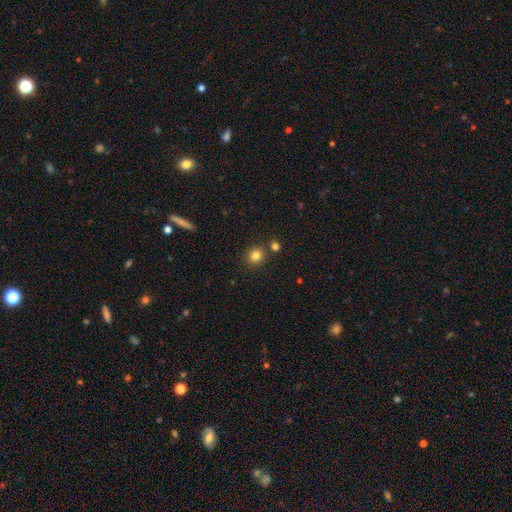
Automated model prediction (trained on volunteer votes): smooth_or_featured: smooth (p=0.82) [alt: star or artifact p=0.13]
how_rounded: round (p=0.87) [alt: in between p=0.12]
merging: none (p=0.82) [alt: merger p=0.09]